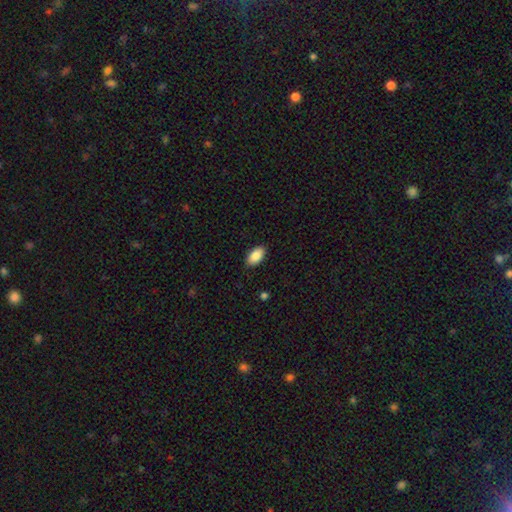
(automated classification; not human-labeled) This appears to be a smooth galaxy with no disk features (87%) that is in between round and cigar-shaped (94%). Merging: none (88%).